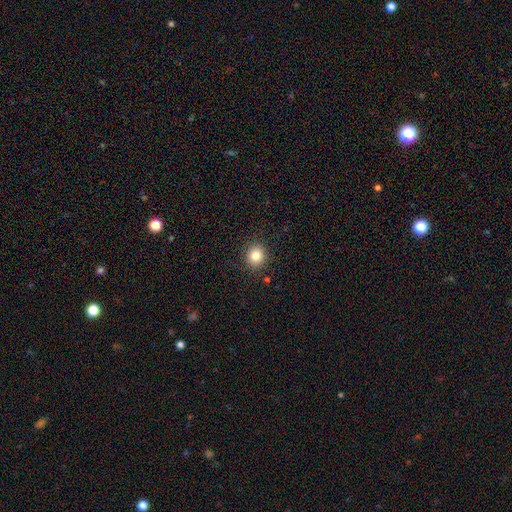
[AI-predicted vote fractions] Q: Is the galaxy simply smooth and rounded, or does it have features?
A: smooth — 83%.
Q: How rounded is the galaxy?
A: round — 85%.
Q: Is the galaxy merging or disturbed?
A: none — 89%.